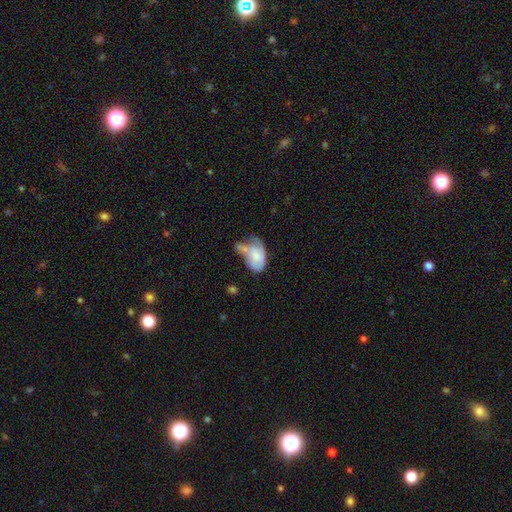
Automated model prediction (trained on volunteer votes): smooth-or-featured: smooth: 58% | featured or disk: 34% | star or artifact: 8%
  how-rounded: in between: 89% | round: 9% | cigar-shaped: 2%
  merging: major disturbance: 30% | minor disturbance: 29% | merger: 22% | none: 18%